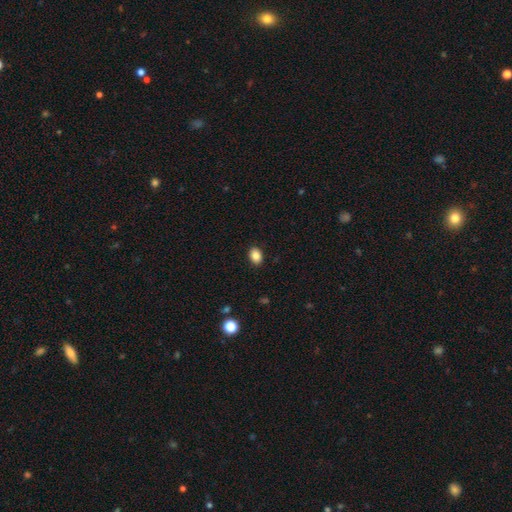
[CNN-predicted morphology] smooth_or_featured: smooth (p=0.86) [alt: star or artifact p=0.09]
how_rounded: in between (p=0.73) [alt: round p=0.26]
merging: none (p=0.89) [alt: minor disturbance p=0.08]